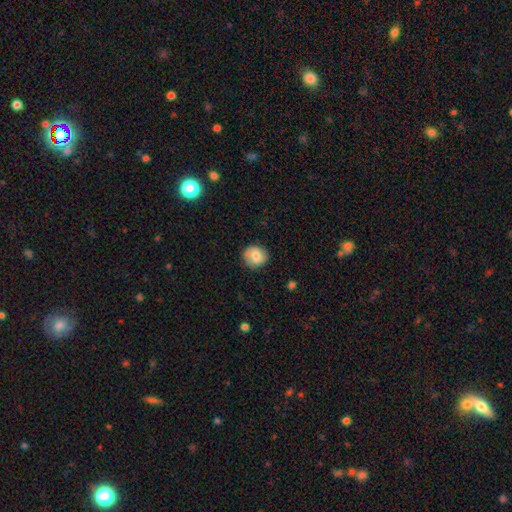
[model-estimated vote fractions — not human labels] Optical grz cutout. It shows a smooth galaxy with no disk features (69%) that is round (86%). Merging: none (81%).